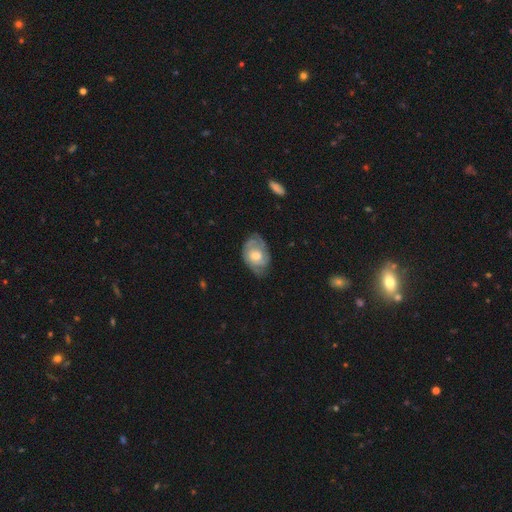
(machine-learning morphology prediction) type=featured or disk (65%); edge-on=no (96%); bar=no (68%); spiral arms=yes (81%); winding=tight (56%); arm count=can't tell (40%); bulge=moderate (64%); merging=none (63%).